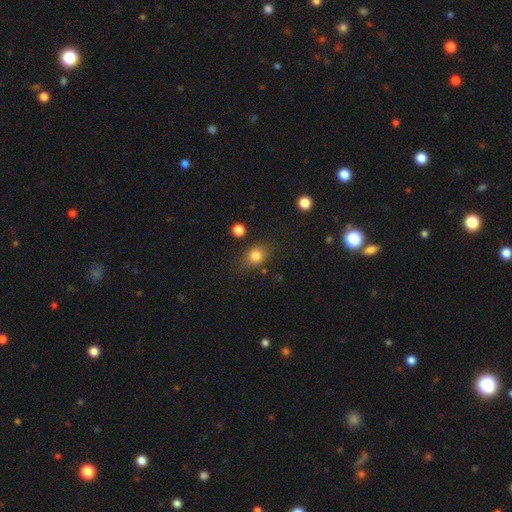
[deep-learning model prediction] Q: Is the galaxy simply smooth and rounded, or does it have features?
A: smooth — 81%.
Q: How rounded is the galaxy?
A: in between — 50%.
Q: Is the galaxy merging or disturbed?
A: none — 75%.